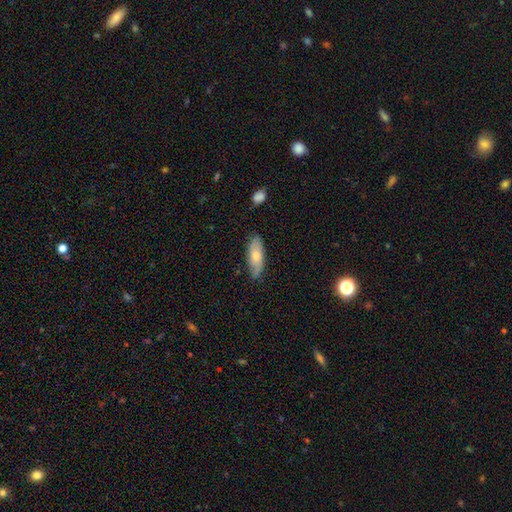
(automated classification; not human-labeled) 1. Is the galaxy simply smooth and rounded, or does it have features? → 57% smooth, 36% featured or disk, 8% star or artifact.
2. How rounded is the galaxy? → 66% in between, 32% cigar-shaped, 3% round.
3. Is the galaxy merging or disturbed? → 80% none, 16% minor disturbance, 3% major disturbance, 1% merger.